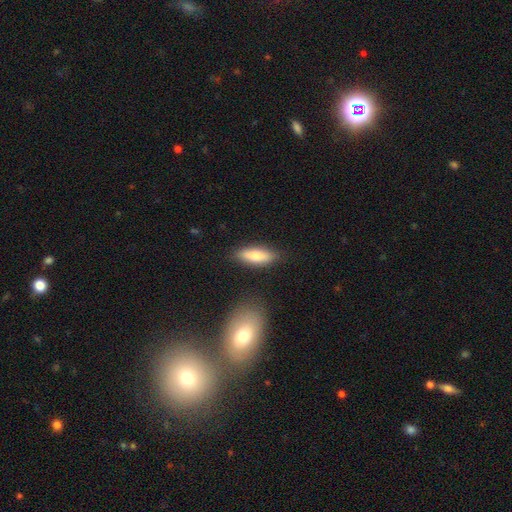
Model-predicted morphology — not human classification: Overall: smooth (73%). How rounded: in between (59%; cigar-shaped 39%). Merging: none (83%).